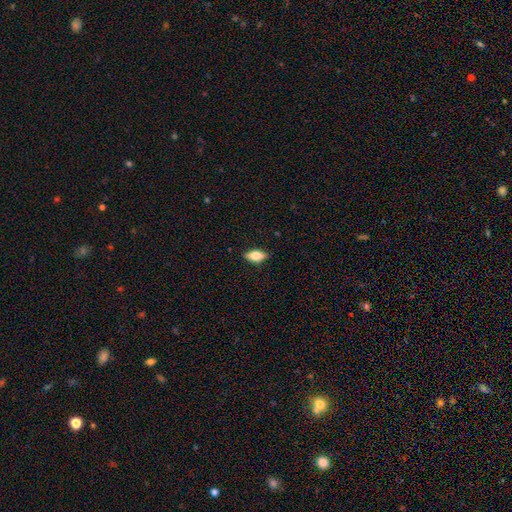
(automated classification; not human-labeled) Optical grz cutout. It shows a smooth galaxy with no disk features (70%) that is in between round and cigar-shaped (83%). Merging: none (86%).